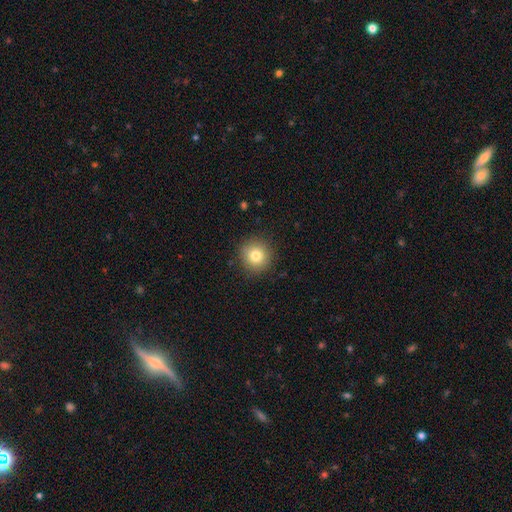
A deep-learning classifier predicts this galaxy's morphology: Smooth or featured? Predicted: smooth (p=0.80). How rounded? Predicted: round (p=0.93). Merging? Predicted: none (p=0.90).